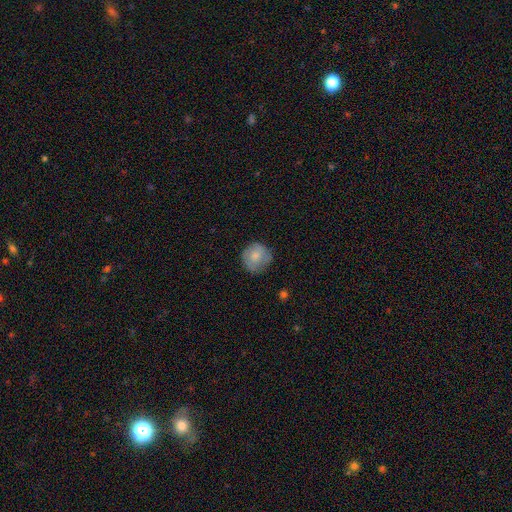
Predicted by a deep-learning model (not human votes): Smooth or featured?
  - smooth: 74% *
  - featured or disk: 19%
  - star or artifact: 7%
How rounded?
  - round: 89% *
  - in between: 10%
  - cigar-shaped: 1%
Merging?
  - none: 73% *
  - minor disturbance: 20%
  - major disturbance: 5%
  - merger: 1%